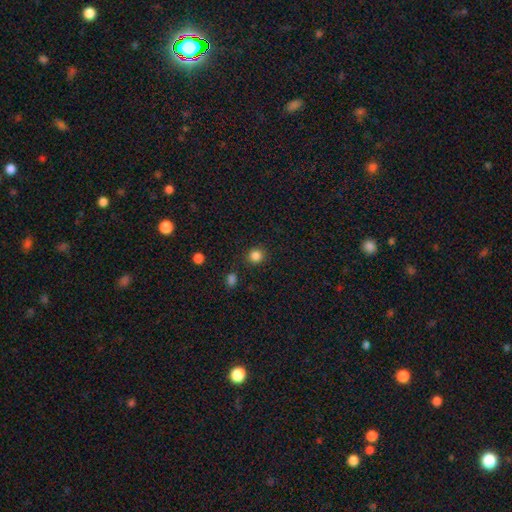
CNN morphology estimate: A smooth galaxy with no disk features (84%) that is round (89%). Merging: none (87%).